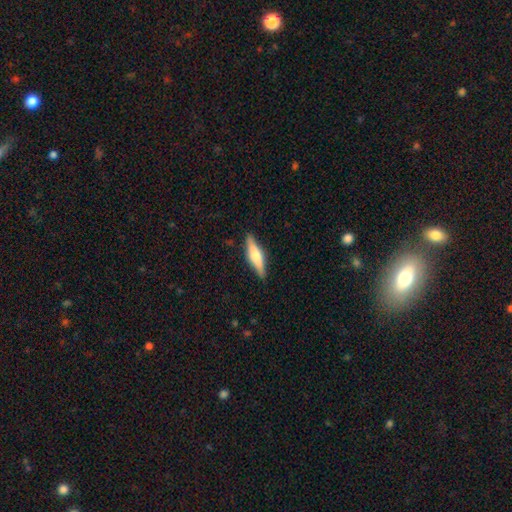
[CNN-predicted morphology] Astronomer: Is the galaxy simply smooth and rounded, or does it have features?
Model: featured or disk — 52% (runner-up: smooth, 42%).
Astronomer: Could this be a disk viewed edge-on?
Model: yes — 95%.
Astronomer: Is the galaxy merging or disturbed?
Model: none — 88%.